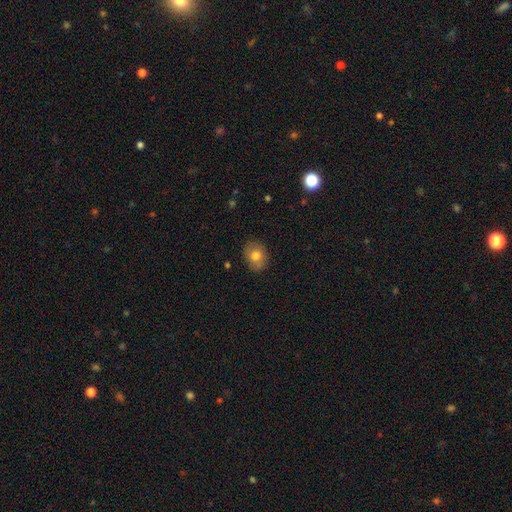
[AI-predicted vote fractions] A smooth galaxy with no disk features (76%) that is round (52%). Merging: none (86%).